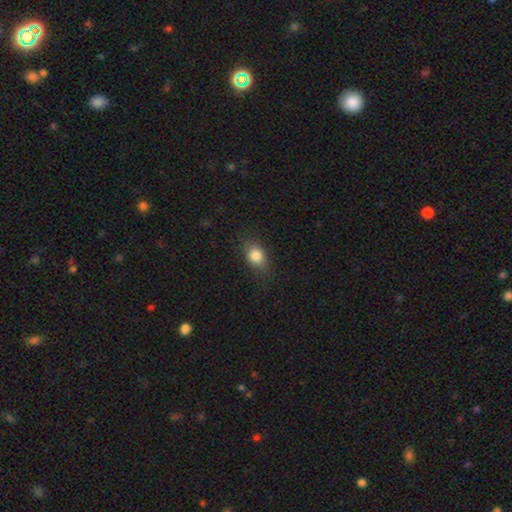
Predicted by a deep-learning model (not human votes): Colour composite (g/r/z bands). It shows a smooth galaxy with no disk features (84%) that is in between round and cigar-shaped (65%). Merging: none (79%).